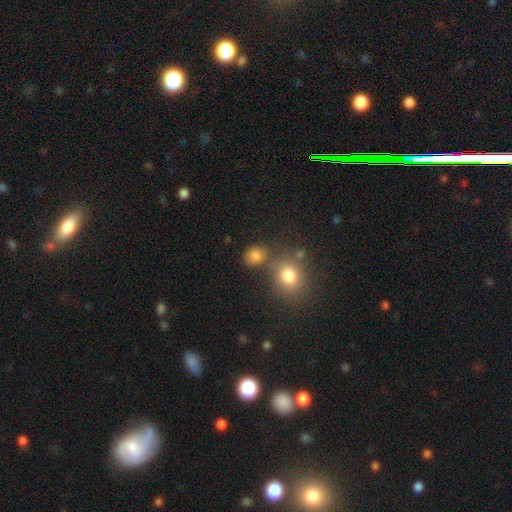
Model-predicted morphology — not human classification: A smooth galaxy with no disk features (81%) that is round (61%).

Vote fractions:
- Smooth or featured? smooth: 81% / star or artifact: 13% / featured or disk: 6%
- How rounded? round: 61% / in between: 38% / cigar-shaped: 1%
- Merging? none: 65% / merger: 16% / minor disturbance: 13% / major disturbance: 5%